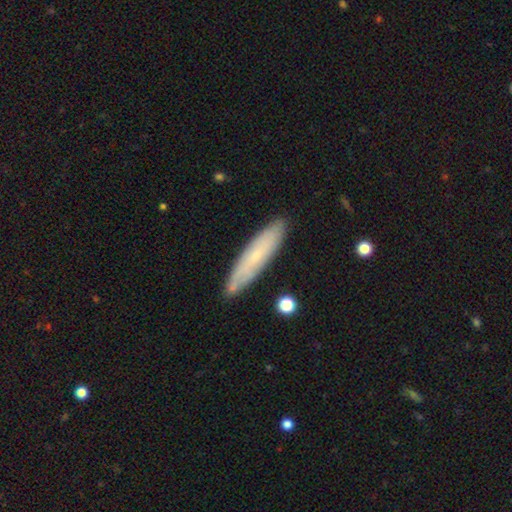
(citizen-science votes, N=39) smooth-or-featured: smooth: 62% | featured or disk: 33% | star or artifact: 5%
  how-rounded: cigar-shaped: 92% | in between: 8% | round: 0%
  merging: none: 84% | minor disturbance: 8% | major disturbance: 5% | merger: 3%